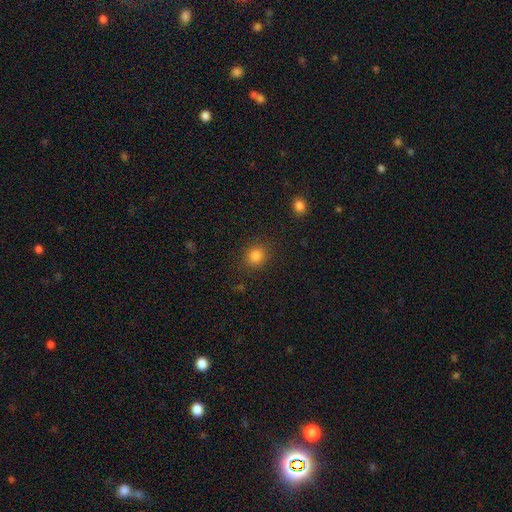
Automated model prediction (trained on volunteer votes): Smooth or featured?
  - smooth: 84% *
  - star or artifact: 12%
  - featured or disk: 4%
How rounded?
  - round: 78% *
  - in between: 21%
  - cigar-shaped: 1%
Merging?
  - none: 85% *
  - minor disturbance: 9%
  - major disturbance: 4%
  - merger: 2%